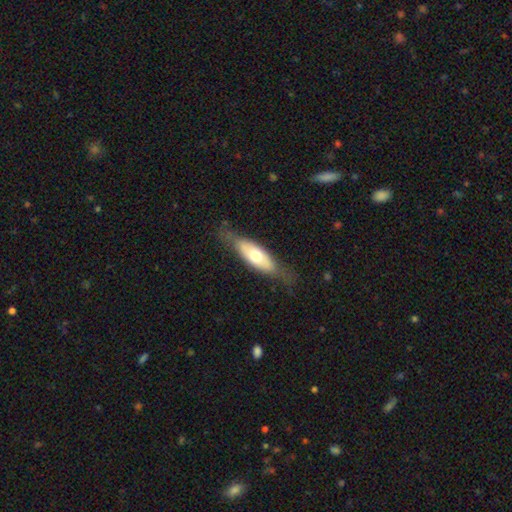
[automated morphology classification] A smooth galaxy with no disk features (53%) that is in between round and cigar-shaped (60%). Merging: none (69%).